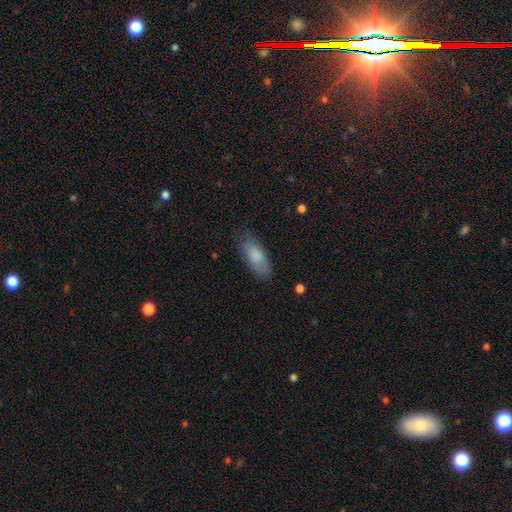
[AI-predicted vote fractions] Smooth or featured? smooth (81%)
How rounded? in between (82%)
Merging? none (76%)